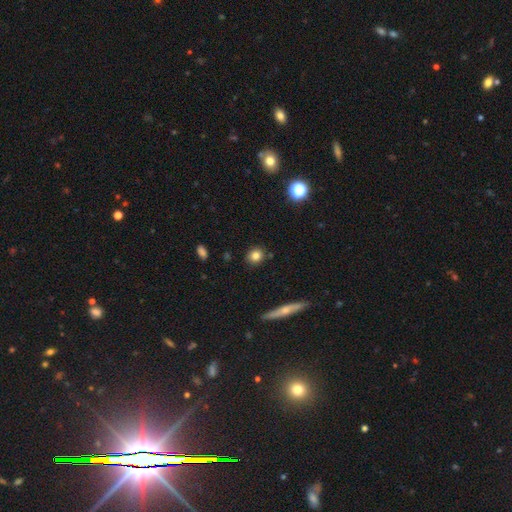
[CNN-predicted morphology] This appears to be a smooth galaxy with no disk features (80%) that is round (80%). Merging: none (87%).